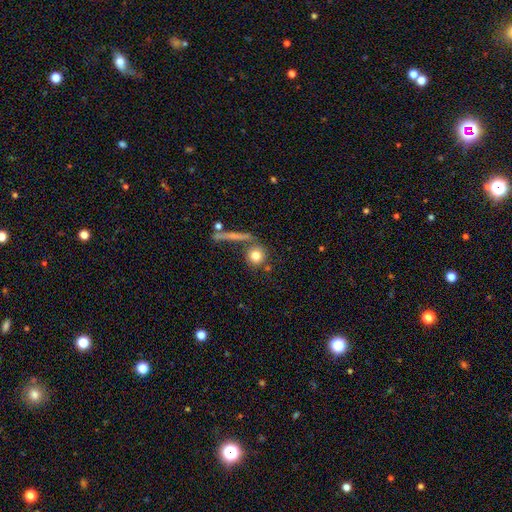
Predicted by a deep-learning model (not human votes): A smooth galaxy with no disk features (77%) that is round (89%).

Vote fractions:
- Smooth or featured? smooth: 77% / featured or disk: 13% / star or artifact: 10%
- How rounded? round: 89% / in between: 7% / cigar-shaped: 4%
- Merging? none: 71% / merger: 14% / minor disturbance: 10% / major disturbance: 5%